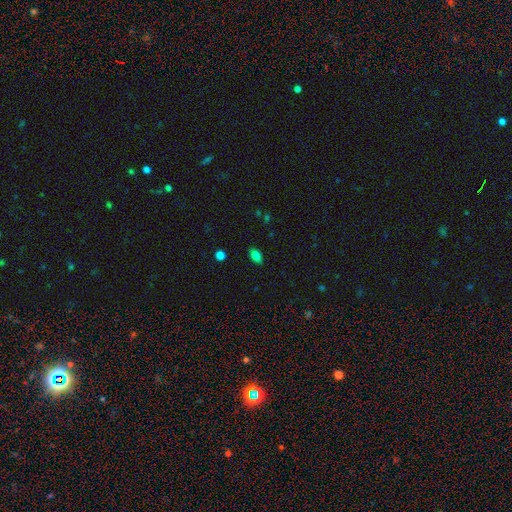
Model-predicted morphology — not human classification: A smooth galaxy with no disk features (82%) that is in between round and cigar-shaped (89%). Merging: none (87%).